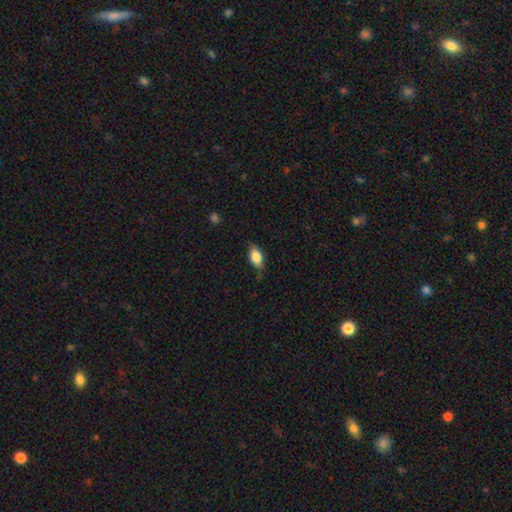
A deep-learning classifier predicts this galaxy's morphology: A smooth galaxy with no disk features (81%) that is in between round and cigar-shaped (89%).

Vote fractions:
- Smooth or featured? smooth: 81% / featured or disk: 12% / star or artifact: 7%
- How rounded? in between: 89% / cigar-shaped: 6% / round: 5%
- Merging? none: 76% / minor disturbance: 19% / major disturbance: 4% / merger: 1%